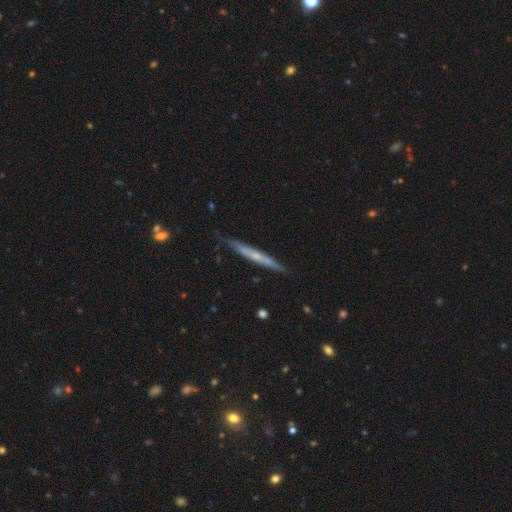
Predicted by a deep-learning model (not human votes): This is possibly a featured or disk galaxy (52%). It is clearly viewed edge-on (94%). Merging: clearly none (83%).